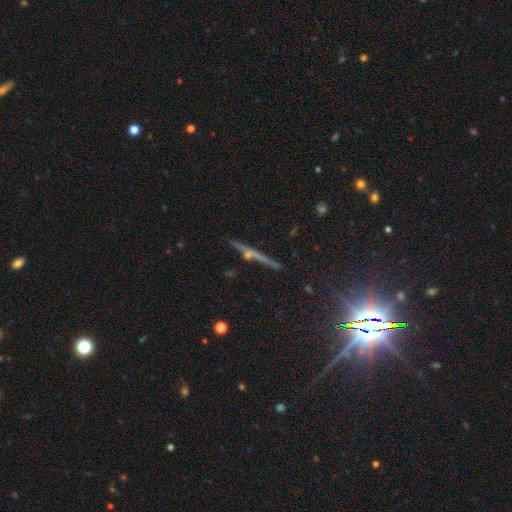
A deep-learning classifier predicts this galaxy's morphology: A featured or disk galaxy (63%) viewed edge-on (95%) with a rounded central bulge (59%).

Vote fractions:
- Smooth or featured? featured or disk: 63% / star or artifact: 23% / smooth: 14%
- Edge-on disk? yes: 95% / no: 5%
- Edge-on bulge? rounded: 59% / none: 29% / boxy: 12%
- Merging? none: 83% / minor disturbance: 10% / major disturbance: 3% / merger: 3%